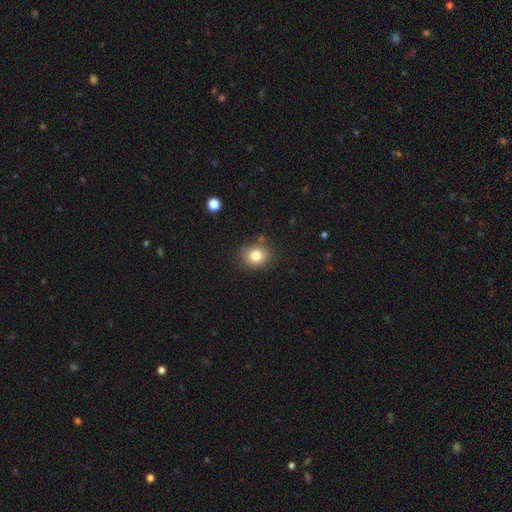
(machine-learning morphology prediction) smooth 81%, star or artifact 11%, featured or disk 8%. Down the decision tree: how rounded — round (67%); merging — none (80%).